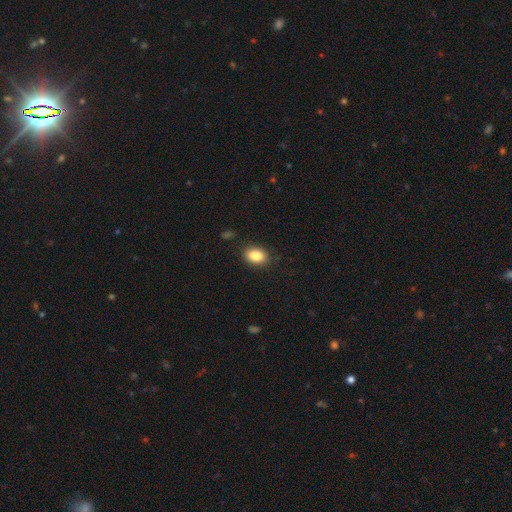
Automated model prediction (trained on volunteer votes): Smooth or featured?
  - smooth: 86% *
  - star or artifact: 8%
  - featured or disk: 6%
How rounded?
  - in between: 77% *
  - round: 22%
  - cigar-shaped: 1%
Merging?
  - none: 86% *
  - minor disturbance: 10%
  - major disturbance: 3%
  - merger: 1%